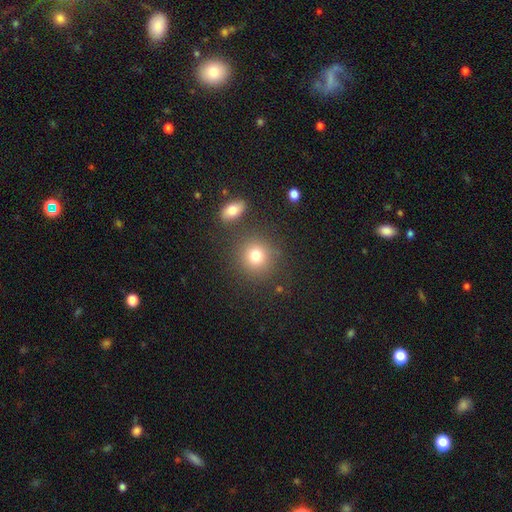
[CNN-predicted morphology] A smooth galaxy with no disk features (79%) that is round (87%). Merging: none (80%).